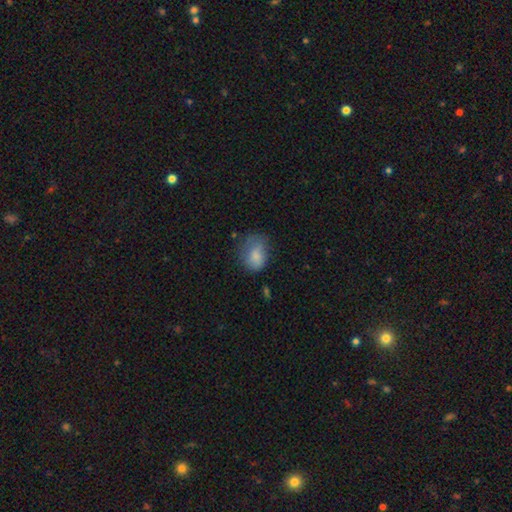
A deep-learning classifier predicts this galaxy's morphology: Overall: smooth (78%). How rounded: in between (62%; round 36%). Merging: none (40%; minor disturbance 34%).